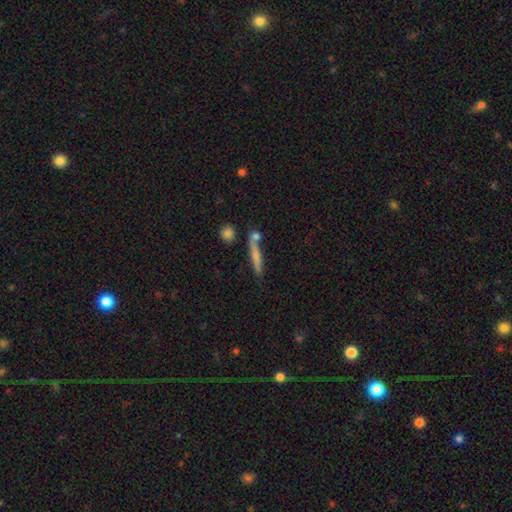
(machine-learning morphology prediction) Smooth or featured? smooth (63%)
How rounded? cigar-shaped (89%)
Merging? none (65%)